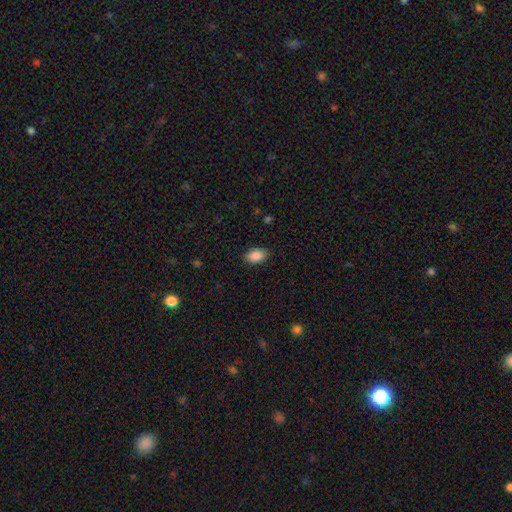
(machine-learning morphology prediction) smooth 89%, star or artifact 8%, featured or disk 3%. Down the decision tree: how rounded — in between (91%); merging — none (88%).